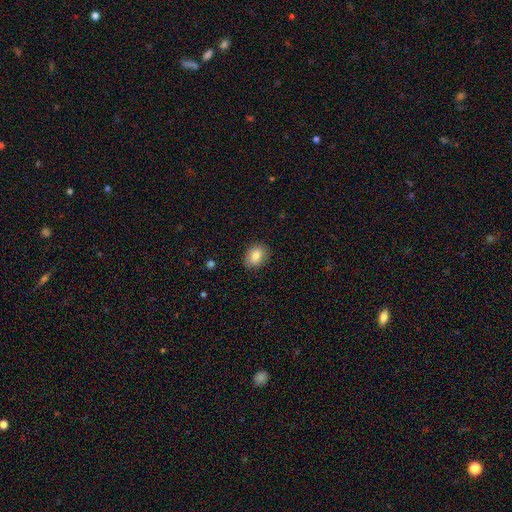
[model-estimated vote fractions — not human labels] A smooth galaxy with no disk features (81%) that is in between round and cigar-shaped (53%). Merging: none (86%).